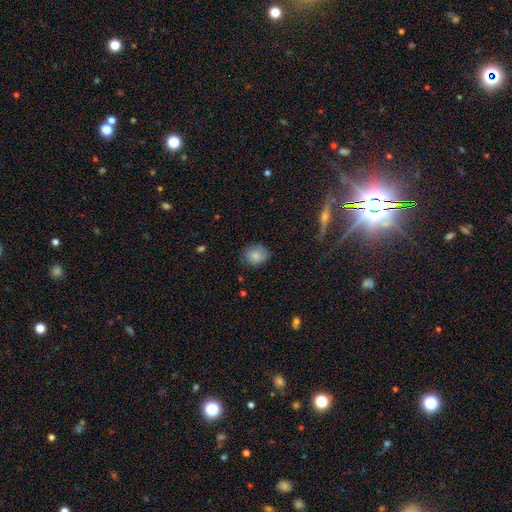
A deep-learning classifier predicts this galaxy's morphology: smooth_or_featured: smooth (p=0.77) [alt: featured or disk p=0.15]
how_rounded: round (p=0.67) [alt: in between p=0.32]
merging: none (p=0.74) [alt: minor disturbance p=0.20]